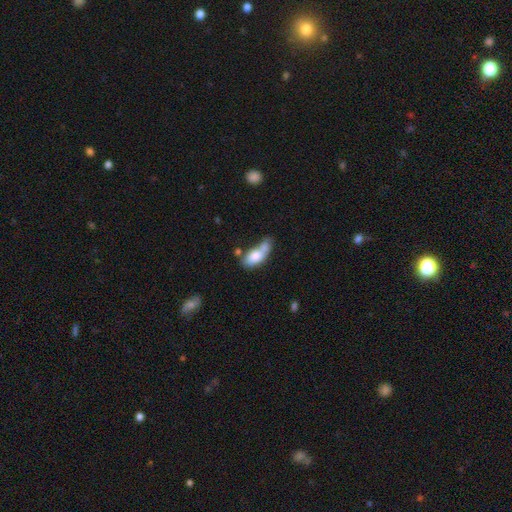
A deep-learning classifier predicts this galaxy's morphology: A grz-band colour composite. It shows a smooth galaxy with no disk features (76%) that is in between round and cigar-shaped (85%). Merging: merger (46%).